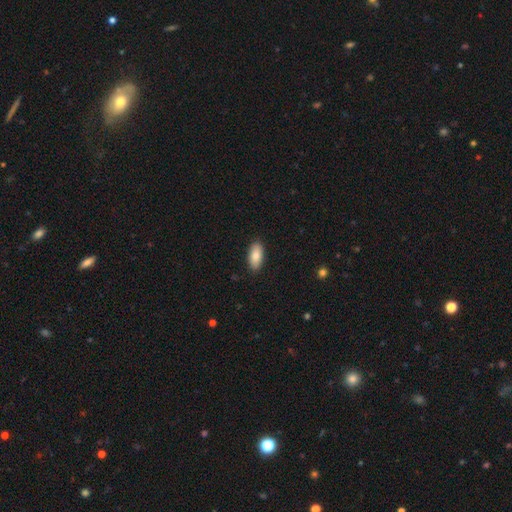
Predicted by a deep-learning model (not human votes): The model was most divided on "smooth or featured": smooth: 85%, featured or disk: 8%, star or artifact: 6%. More confident: how rounded — in between (92%); merging — none (88%).